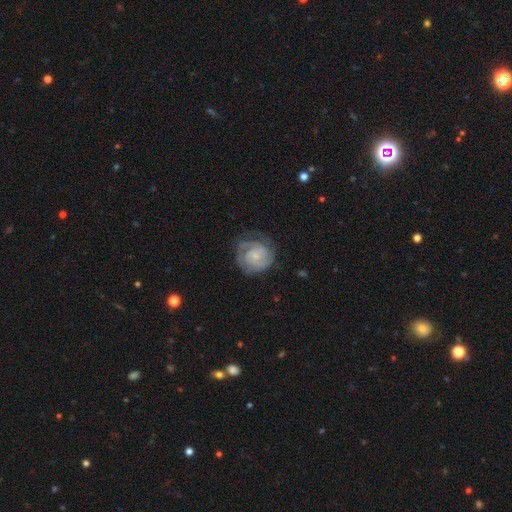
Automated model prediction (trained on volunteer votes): A featured or disk galaxy (74%) with no bar (69%), 2 (40%) tight (65%) spiral arms (93%) and a small central bulge (68%). Merging: none (66%).